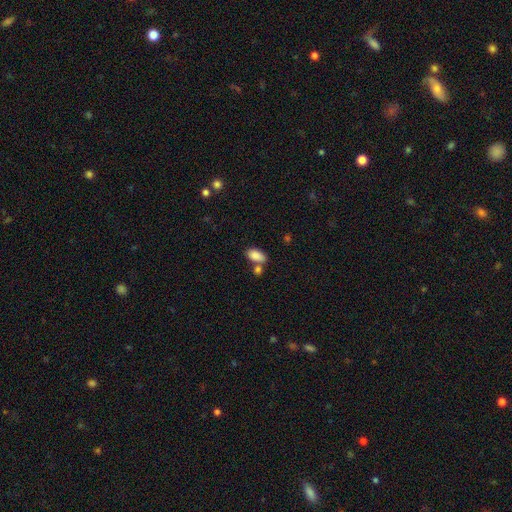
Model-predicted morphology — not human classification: smooth_or_featured: smooth (p=0.87) [alt: star or artifact p=0.08]
how_rounded: in between (p=0.92) [alt: round p=0.04]
merging: none (p=0.55) [alt: merger p=0.27]